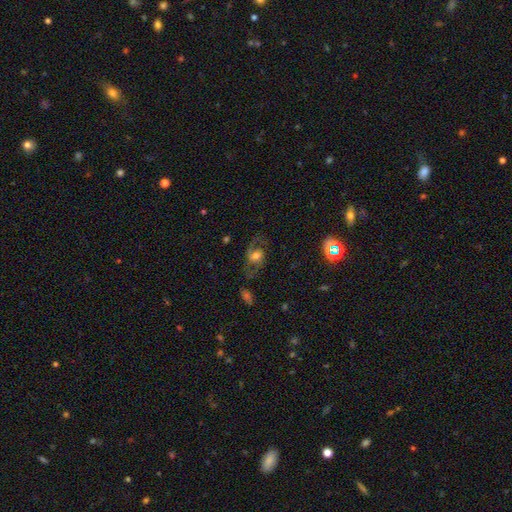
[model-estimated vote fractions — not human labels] Q: Smooth or featured?
A: featured or disk (63%); runner-up: smooth (26%)
Q: Edge-on disk?
A: no (95%); runner-up: yes (5%)
Q: Bar?
A: no (55%); runner-up: weak (34%)
Q: Spiral arms?
A: yes (81%); runner-up: no (19%)
Q: Bulge size?
A: moderate (59%); runner-up: large (20%)
Q: Merging?
A: none (63%); runner-up: minor disturbance (17%)